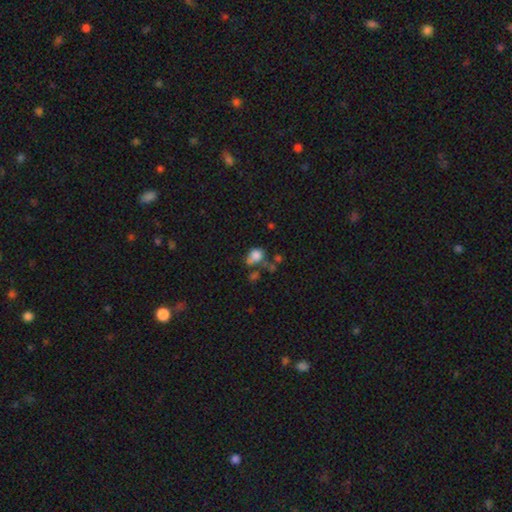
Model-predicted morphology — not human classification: smooth 75%, featured or disk 13%, star or artifact 12%. Down the decision tree: how rounded — in between (52%); merging — none (32%).